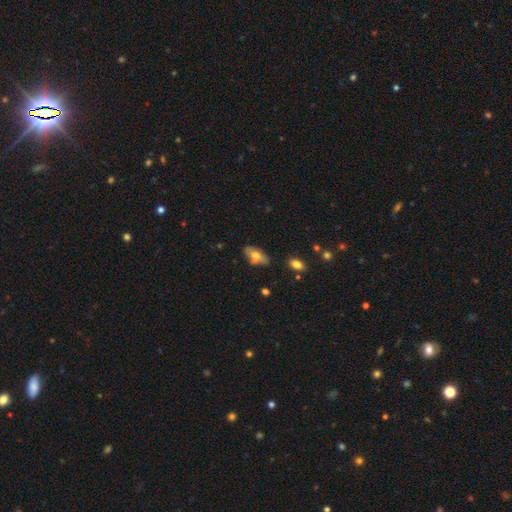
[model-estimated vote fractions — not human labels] This is likely a smooth galaxy (63%). How rounded: clearly in between (87%). Merging: likely none (70%).